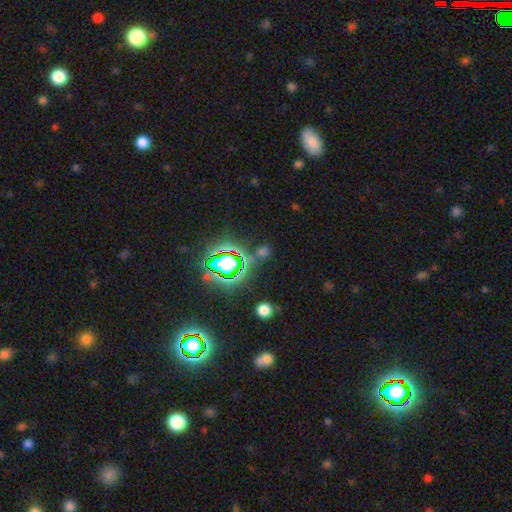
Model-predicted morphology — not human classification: smooth-or-featured: star or artifact: 70% | smooth: 21% | featured or disk: 9%